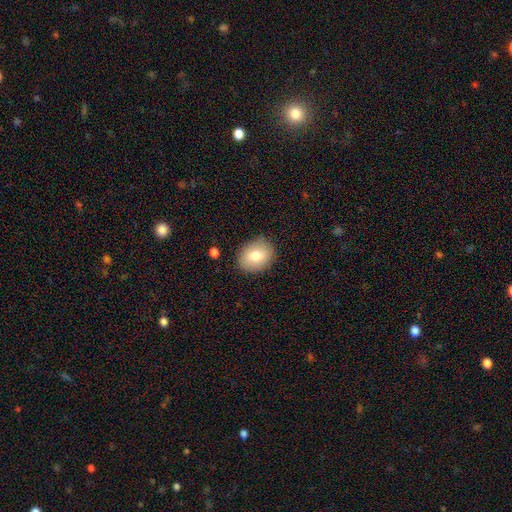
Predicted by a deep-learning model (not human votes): The model was most divided on "how rounded": in between: 62%, round: 38%, cigar-shaped: 1%. More confident: merging — none (86%); smooth or featured — smooth (77%).